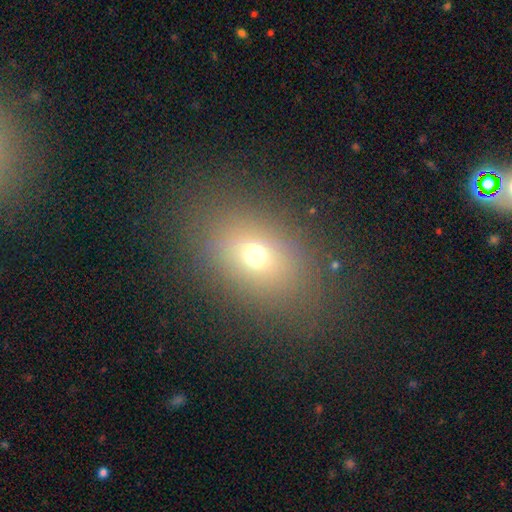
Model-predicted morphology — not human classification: A smooth galaxy with no disk features (69%) that is in between round and cigar-shaped (69%).

Vote fractions:
- Smooth or featured? smooth: 69% / star or artifact: 18% / featured or disk: 13%
- How rounded? in between: 69% / round: 29% / cigar-shaped: 2%
- Merging? none: 80% / minor disturbance: 11% / major disturbance: 7% / merger: 2%